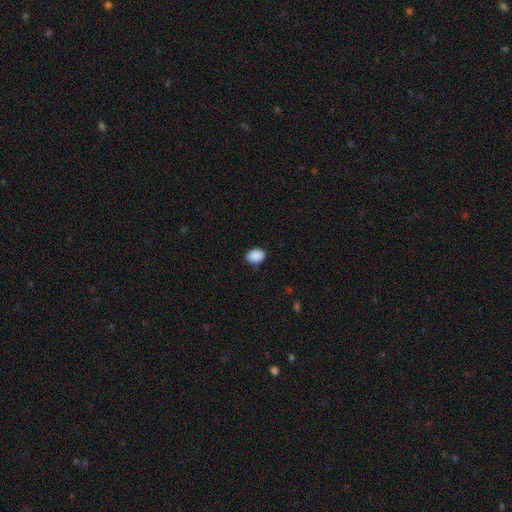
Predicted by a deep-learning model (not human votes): This appears to be a smooth galaxy with no disk features (89%) that is in between round and cigar-shaped (67%). Merging: none (84%).